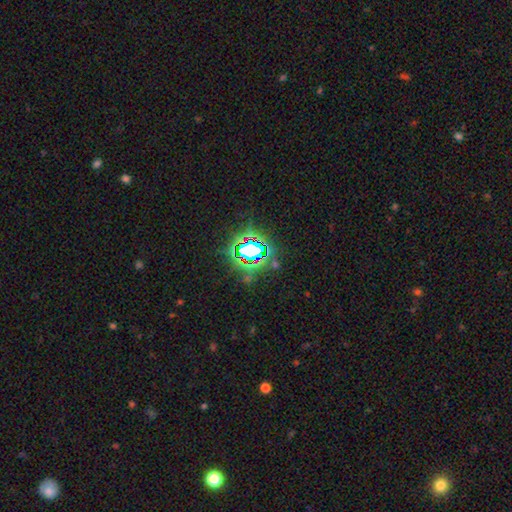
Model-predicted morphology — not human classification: Smooth or featured? Predicted: star or artifact (p=0.79).